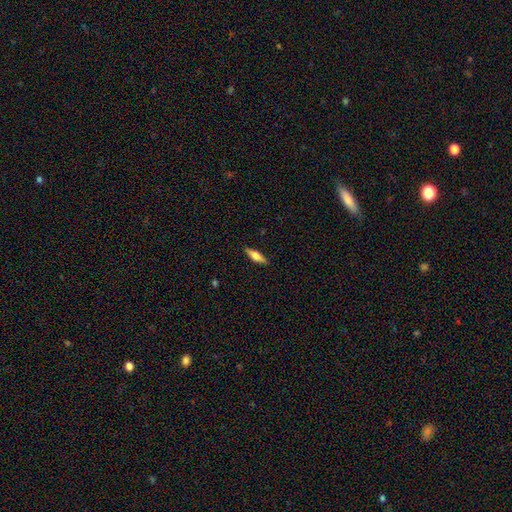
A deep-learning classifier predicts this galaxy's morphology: This appears to be a smooth galaxy with no disk features (58%) that is cigar-shaped (54%). Merging: none (88%).